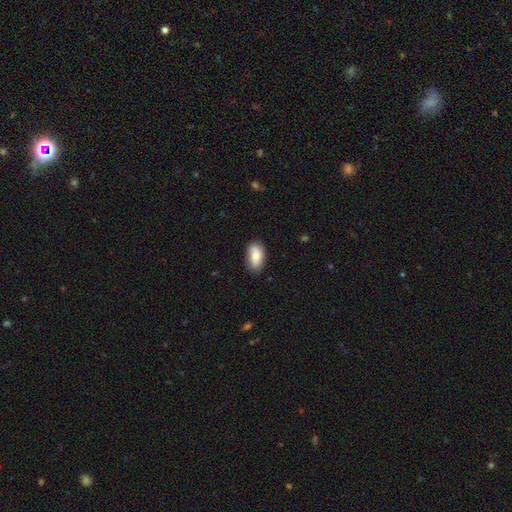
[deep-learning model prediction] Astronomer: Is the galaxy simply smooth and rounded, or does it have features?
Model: smooth — 82%.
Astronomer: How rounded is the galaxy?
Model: in between — 93%.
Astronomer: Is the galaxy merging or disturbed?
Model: none — 81%.